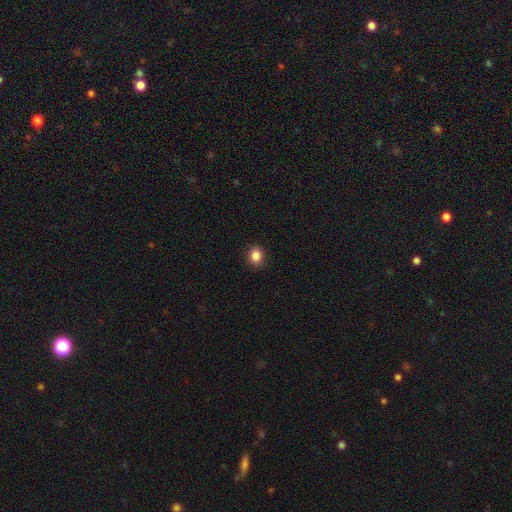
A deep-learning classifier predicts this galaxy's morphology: Smooth or featured? smooth (86%)
How rounded? round (71%)
Merging? none (90%)